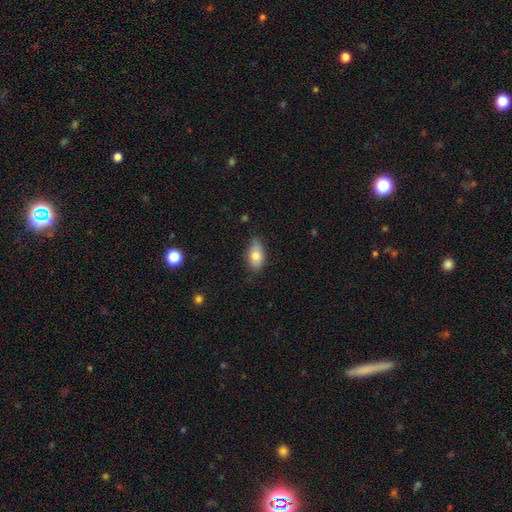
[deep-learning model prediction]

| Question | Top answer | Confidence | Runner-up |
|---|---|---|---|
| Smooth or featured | smooth | 77% | featured or disk (15%) |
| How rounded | in between | 90% | round (6%) |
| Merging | none | 70% | minor disturbance (25%) |